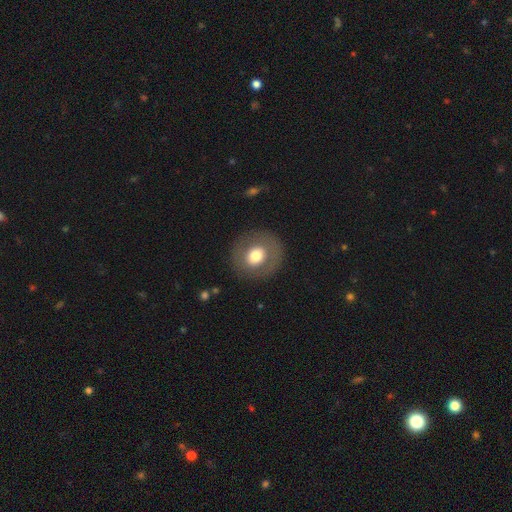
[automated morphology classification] Q: Smooth or featured?
A: smooth (65%); runner-up: featured or disk (27%)
Q: How rounded?
A: round (83%); runner-up: in between (16%)
Q: Merging?
A: none (86%); runner-up: minor disturbance (8%)